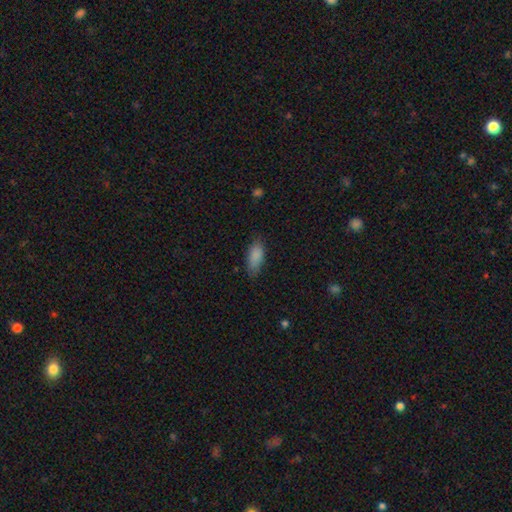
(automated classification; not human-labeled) The model was most divided on "merging": none: 73%, minor disturbance: 21%, major disturbance: 5%, merger: 1%. More confident: smooth or featured — smooth (86%); how rounded — in between (85%).